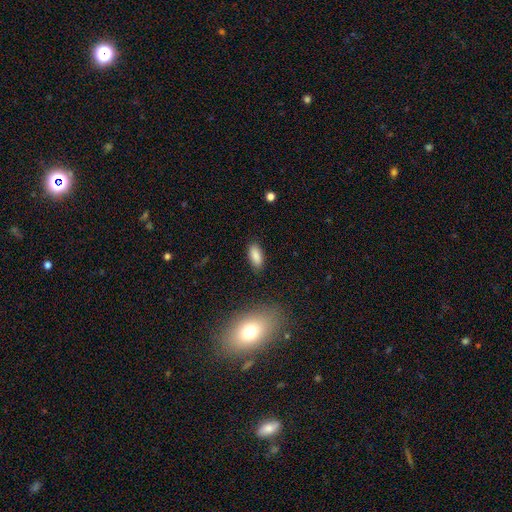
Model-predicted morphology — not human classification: A smooth galaxy with no disk features (87%) that is in between round and cigar-shaped (86%).

Vote fractions:
- Smooth or featured? smooth: 87% / star or artifact: 8% / featured or disk: 6%
- How rounded? in between: 86% / cigar-shaped: 12% / round: 2%
- Merging? none: 86% / minor disturbance: 10% / major disturbance: 2% / merger: 2%